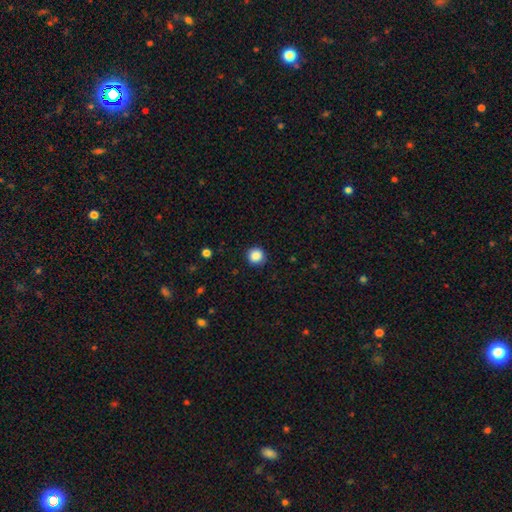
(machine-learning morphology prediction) Smooth or featured? Predicted: smooth (p=0.88). How rounded? Predicted: round (p=0.94). Merging? Predicted: none (p=0.90).